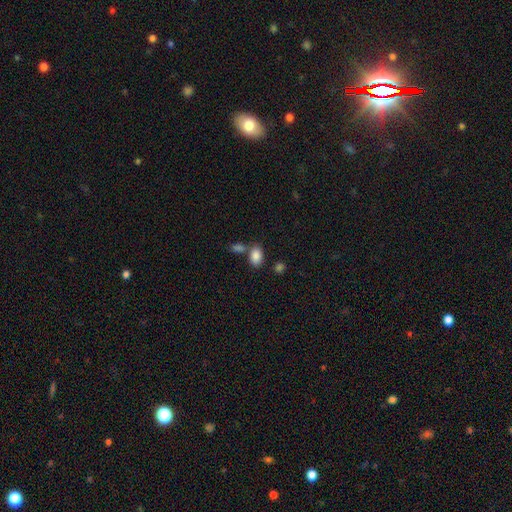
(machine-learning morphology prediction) A smooth galaxy with no disk features (86%) that is in between round and cigar-shaped (87%).

Vote fractions:
- Smooth or featured? smooth: 86% / star or artifact: 8% / featured or disk: 5%
- How rounded? in between: 87% / round: 12% / cigar-shaped: 1%
- Merging? none: 64% / merger: 21% / minor disturbance: 12% / major disturbance: 4%